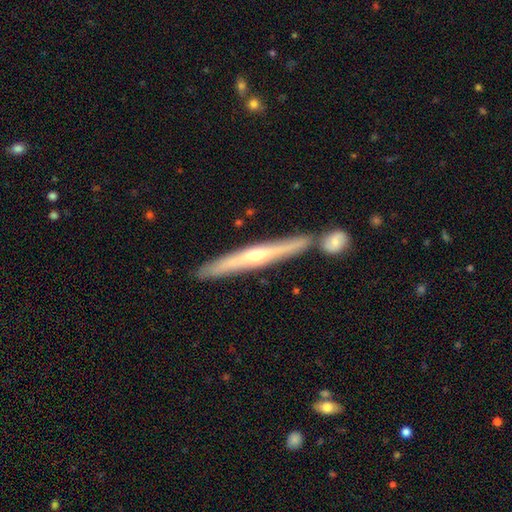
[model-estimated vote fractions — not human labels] Smooth or featured? Predicted: featured or disk (p=0.71). Edge-on disk? Predicted: yes (p=0.93). Edge-on bulge? Predicted: rounded (p=0.77). Merging? Predicted: none (p=0.77).